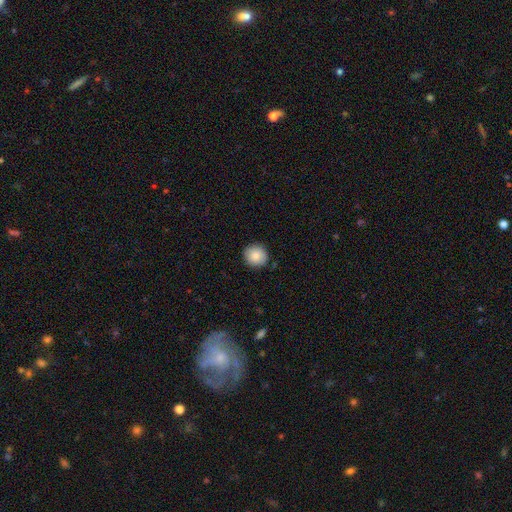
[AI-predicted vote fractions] A smooth galaxy with no disk features (84%) that is round (93%). Merging: none (90%).